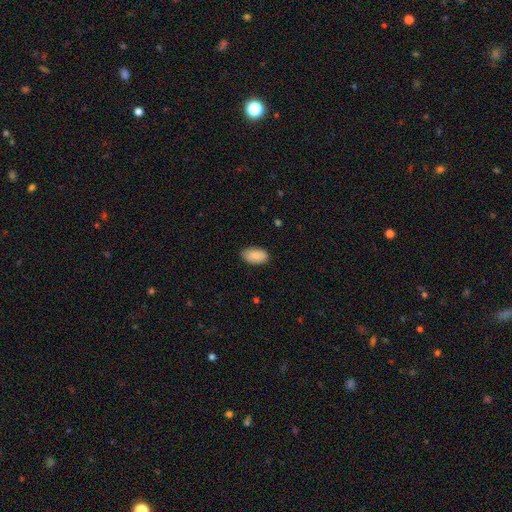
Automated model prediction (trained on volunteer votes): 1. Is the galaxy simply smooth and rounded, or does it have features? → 88% smooth, 6% star or artifact, 6% featured or disk.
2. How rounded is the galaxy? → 95% in between, 3% round, 2% cigar-shaped.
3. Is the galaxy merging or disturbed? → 84% none, 13% minor disturbance, 2% major disturbance, 1% merger.